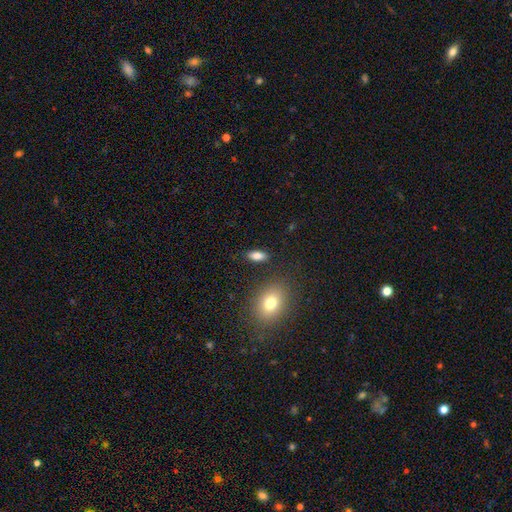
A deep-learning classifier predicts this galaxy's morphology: Q: Smooth or featured?
A: smooth (82%); runner-up: featured or disk (9%)
Q: How rounded?
A: in between (83%); runner-up: cigar-shaped (12%)
Q: Merging?
A: none (86%); runner-up: minor disturbance (9%)